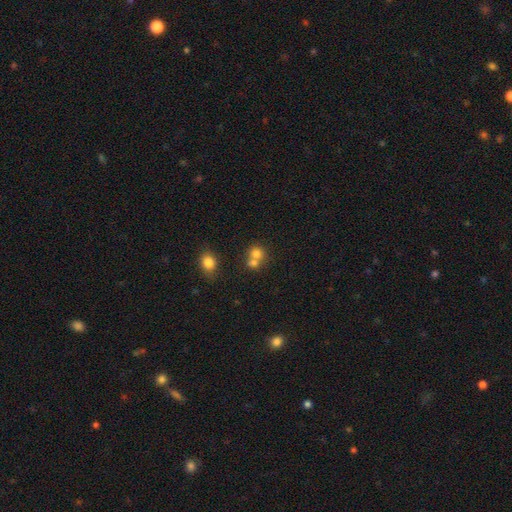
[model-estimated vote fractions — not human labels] The model was most divided on "merging": merger: 53%, none: 39%, minor disturbance: 6%, major disturbance: 3%. More confident: how rounded — round (82%); smooth or featured — smooth (74%).